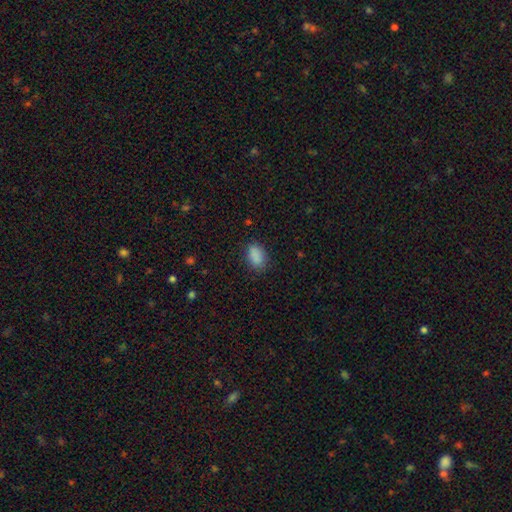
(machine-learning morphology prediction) Q: Smooth or featured?
A: smooth (87%); runner-up: star or artifact (9%)
Q: How rounded?
A: in between (85%); runner-up: round (14%)
Q: Merging?
A: none (80%); runner-up: minor disturbance (15%)